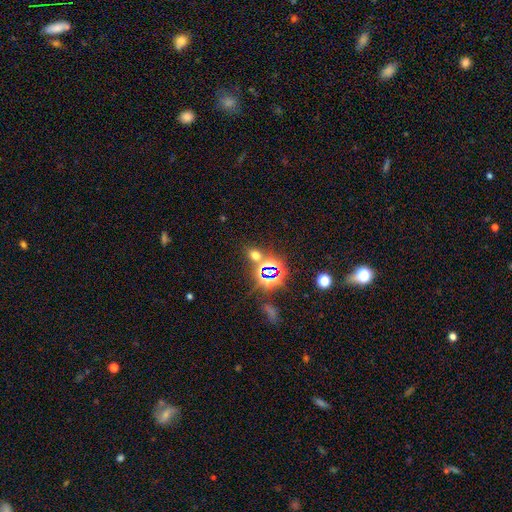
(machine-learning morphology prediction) Smooth or featured? star or artifact (48%)